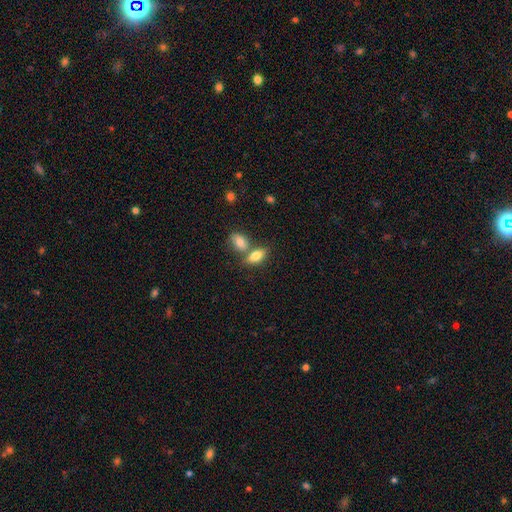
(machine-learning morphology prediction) smooth 79%, featured or disk 13%, star or artifact 7%. Down the decision tree: how rounded — in between (86%); merging — none (46%).